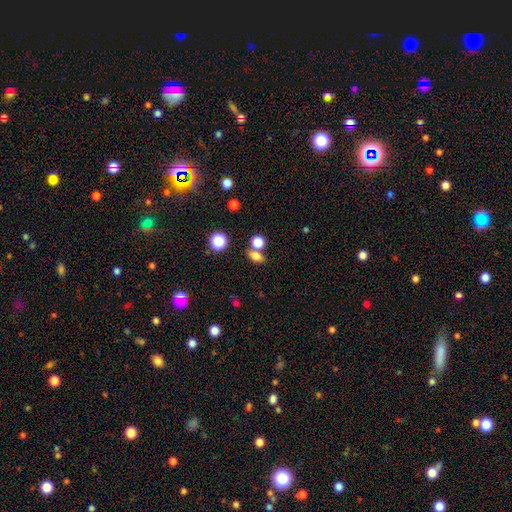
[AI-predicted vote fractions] Smooth or featured?
  - smooth: 76% *
  - star or artifact: 15%
  - featured or disk: 9%
How rounded?
  - in between: 63% *
  - round: 31%
  - cigar-shaped: 5%
Merging?
  - none: 62% *
  - merger: 24%
  - minor disturbance: 10%
  - major disturbance: 4%